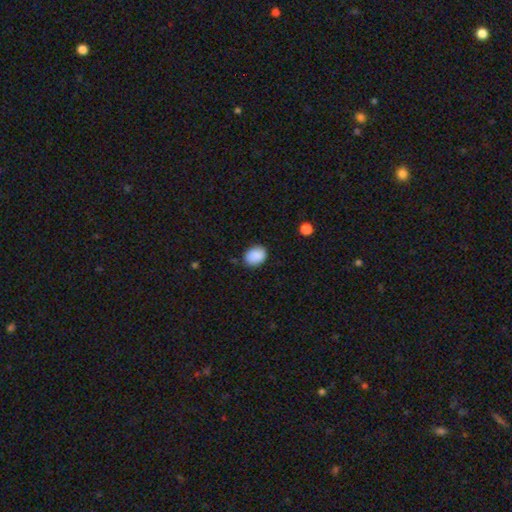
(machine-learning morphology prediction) Smooth or featured? smooth (89%)
How rounded? in between (60%)
Merging? none (82%)